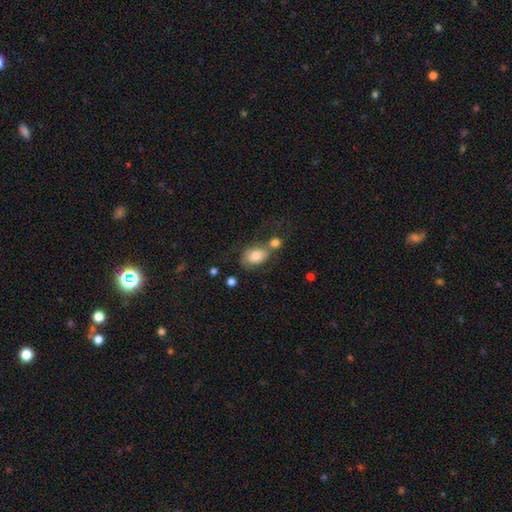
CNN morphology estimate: The model was most divided on "merging" (2-way tie): none: 34%, merger: 34%, minor disturbance: 19%, major disturbance: 12%. More confident: how rounded — in between (78%); smooth or featured — smooth (76%).